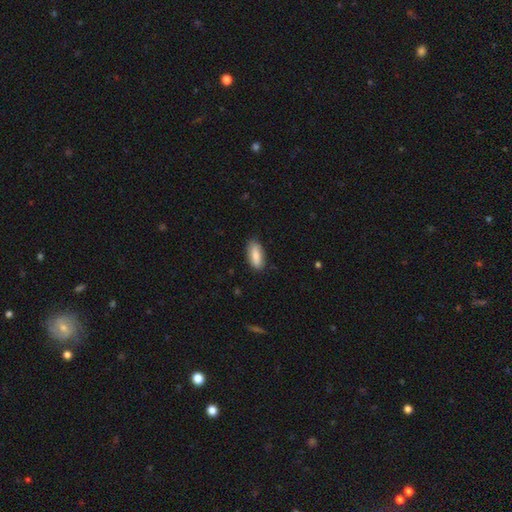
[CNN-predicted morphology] type=smooth (81%); roundness=in between (80%); merging=none (83%).